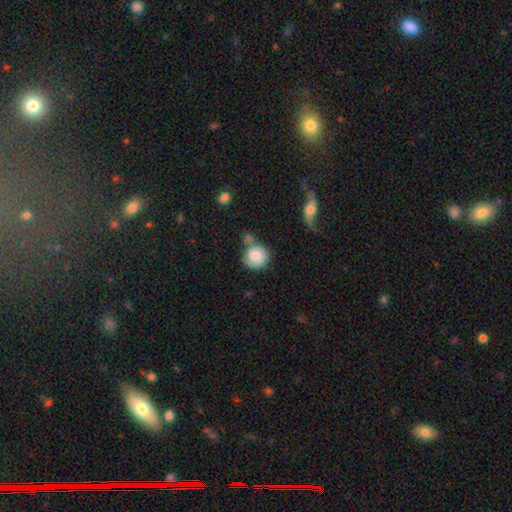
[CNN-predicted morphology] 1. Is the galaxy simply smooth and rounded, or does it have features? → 79% smooth, 14% featured or disk, 7% star or artifact.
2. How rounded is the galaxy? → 85% round, 13% in between, 1% cigar-shaped.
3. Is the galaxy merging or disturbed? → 47% none, 27% merger, 18% minor disturbance, 8% major disturbance.